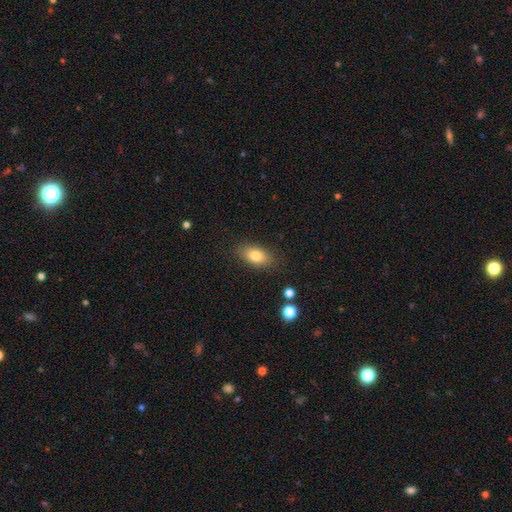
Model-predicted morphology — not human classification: Smooth or featured: smooth — 81% (featured or disk — 11%)
How rounded: in between — 88% (round — 7%)
Merging: none — 84% (minor disturbance — 11%)